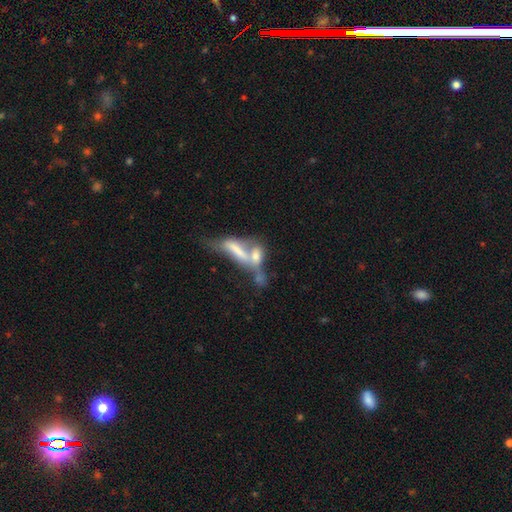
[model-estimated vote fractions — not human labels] This appears to be a smooth galaxy with no disk features (54%) that is in between round and cigar-shaped (50%). Merging: merger (66%).